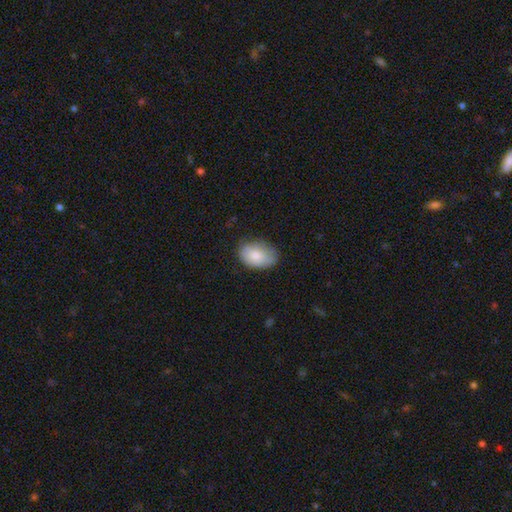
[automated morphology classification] smooth 83%, featured or disk 10%, star or artifact 6%. Down the decision tree: how rounded — in between (87%); merging — none (69%).